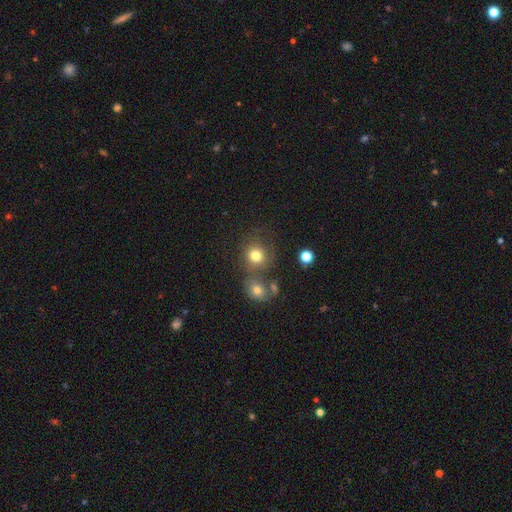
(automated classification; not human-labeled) Q: Smooth or featured?
A: smooth (78%); runner-up: star or artifact (13%)
Q: How rounded?
A: round (86%); runner-up: in between (13%)
Q: Merging?
A: none (59%); runner-up: merger (22%)